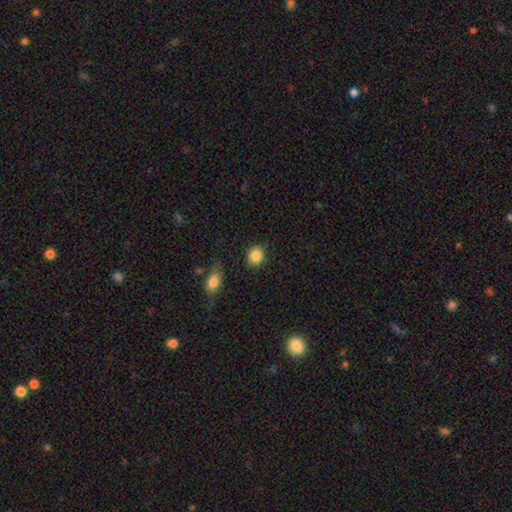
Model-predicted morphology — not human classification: This appears to be a smooth galaxy with no disk features (87%) that is round (69%). Merging: none (85%).